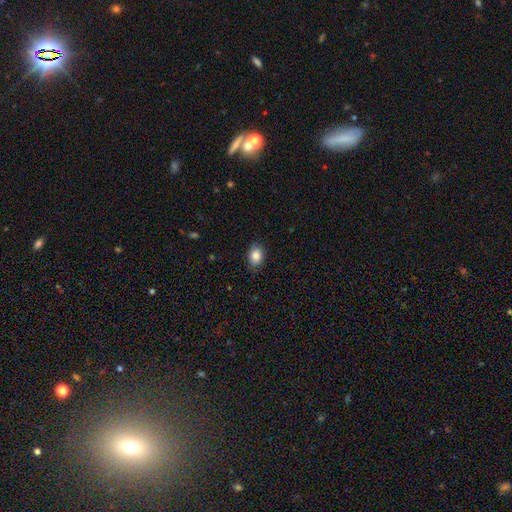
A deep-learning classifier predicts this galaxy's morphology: A smooth galaxy with no disk features (85%) that is in between round and cigar-shaped (78%).

Vote fractions:
- Smooth or featured? smooth: 85% / star or artifact: 8% / featured or disk: 7%
- How rounded? in between: 78% / round: 21% / cigar-shaped: 1%
- Merging? none: 85% / minor disturbance: 12% / major disturbance: 2% / merger: 1%